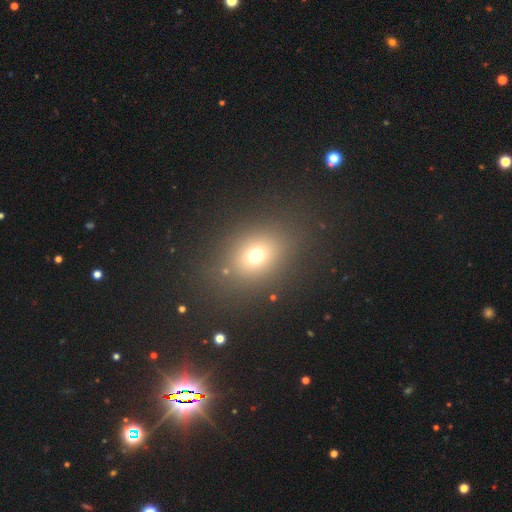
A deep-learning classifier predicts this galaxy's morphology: Q: Smooth or featured?
A: smooth (69%); runner-up: star or artifact (20%)
Q: How rounded?
A: round (54%); runner-up: in between (45%)
Q: Merging?
A: none (81%); runner-up: minor disturbance (10%)